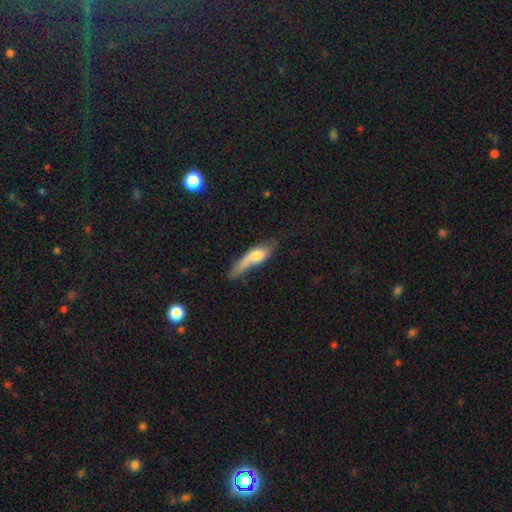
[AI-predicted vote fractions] smooth 58%, featured or disk 35%, star or artifact 7%. Down the decision tree: how rounded — cigar-shaped (58%); merging — none (35%).